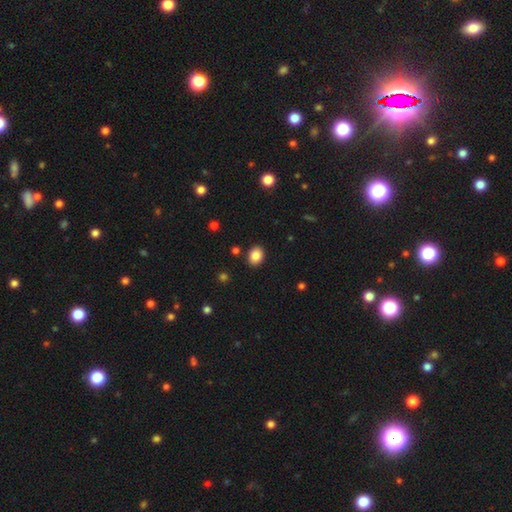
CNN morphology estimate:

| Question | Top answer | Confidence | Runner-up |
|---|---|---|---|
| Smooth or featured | smooth | 86% | star or artifact (9%) |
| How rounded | in between | 59% | round (40%) |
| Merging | none | 89% | minor disturbance (7%) |